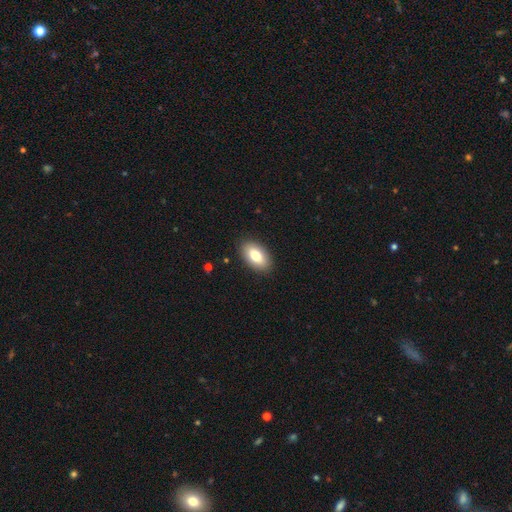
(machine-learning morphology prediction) smooth-or-featured: smooth: 78% | featured or disk: 15% | star or artifact: 7%
  how-rounded: in between: 93% | round: 5% | cigar-shaped: 2%
  merging: none: 89% | minor disturbance: 8% | major disturbance: 2% | merger: 1%